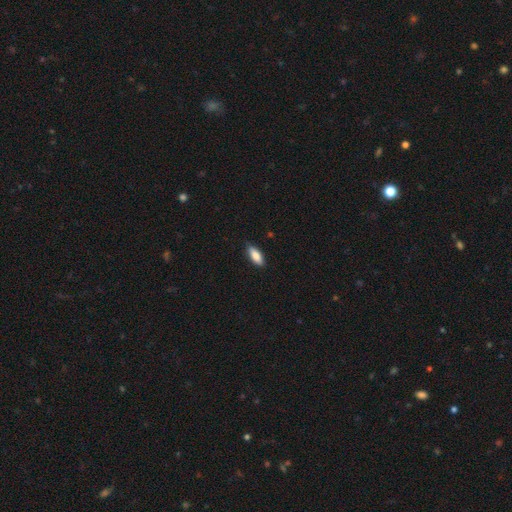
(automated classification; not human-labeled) smooth 83%, featured or disk 11%, star or artifact 6%. Down the decision tree: how rounded — in between (75%); merging — none (85%).